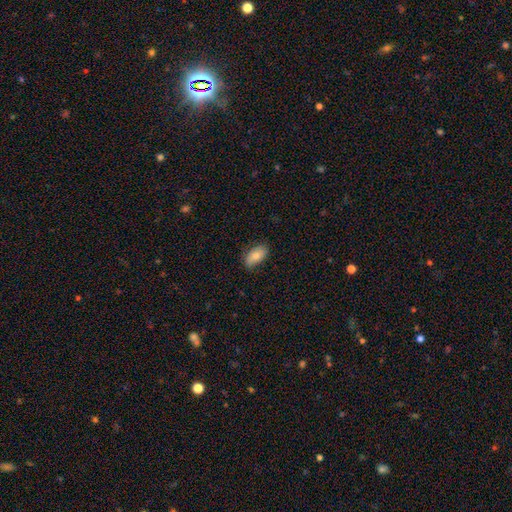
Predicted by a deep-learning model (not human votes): A smooth galaxy with no disk features (76%) that is in between round and cigar-shaped (93%).

Vote fractions:
- Smooth or featured? smooth: 76% / featured or disk: 17% / star or artifact: 7%
- How rounded? in between: 93% / round: 4% / cigar-shaped: 3%
- Merging? none: 78% / minor disturbance: 18% / major disturbance: 3% / merger: 1%